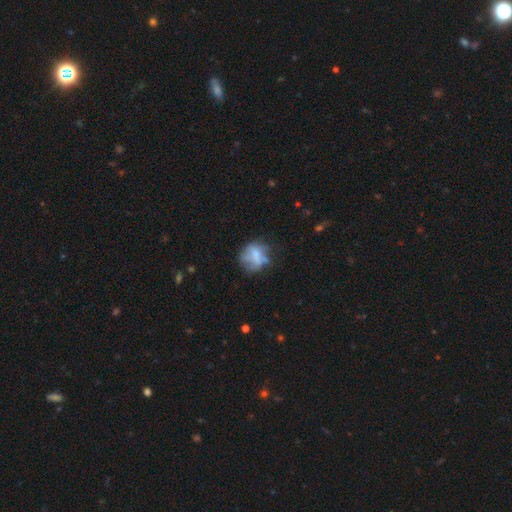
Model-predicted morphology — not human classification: The model was most divided on "smooth or featured": smooth: 49%, featured or disk: 39%, star or artifact: 12%. Remaining: merging — none (47%).